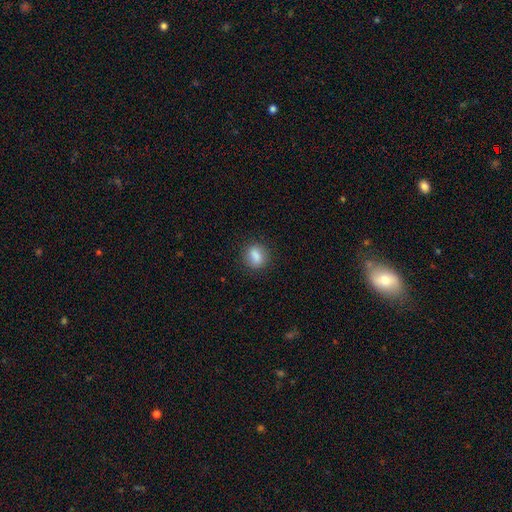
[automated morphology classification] A smooth galaxy with no disk features (83%) that is in between round and cigar-shaped (53%). Merging: none (83%).